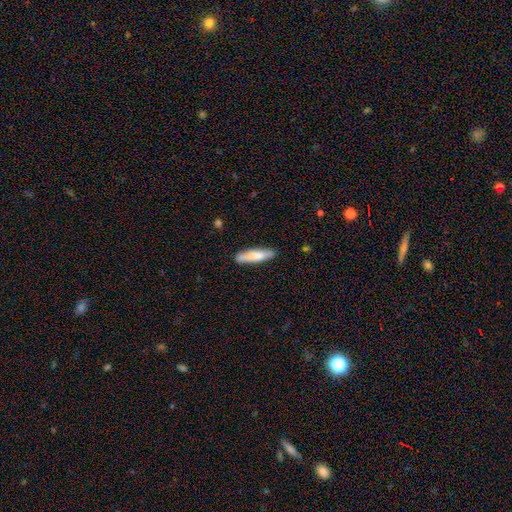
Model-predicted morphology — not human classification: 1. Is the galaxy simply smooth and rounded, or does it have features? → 77% smooth, 18% featured or disk, 5% star or artifact.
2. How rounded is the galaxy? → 77% cigar-shaped, 22% in between, 1% round.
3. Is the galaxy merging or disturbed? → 85% none, 11% minor disturbance, 2% major disturbance, 1% merger.